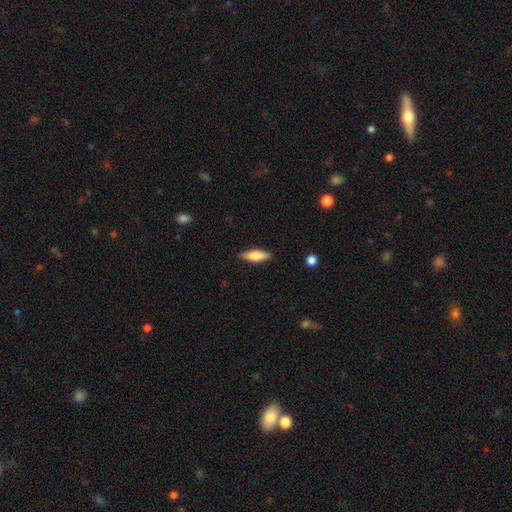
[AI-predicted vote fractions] Overall: smooth (76%). How rounded: cigar-shaped (50%; in between 48%). Merging: none (87%).